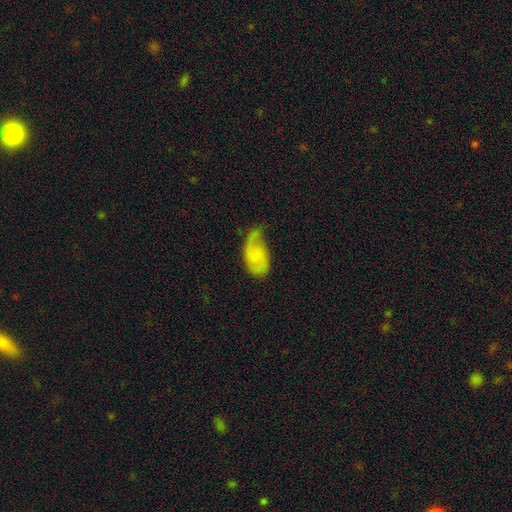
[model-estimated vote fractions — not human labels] This appears to be a smooth galaxy with no disk features (48%). Merging: minor disturbance (38%).